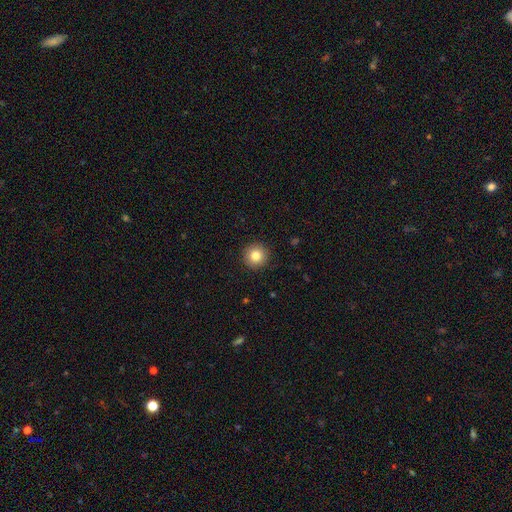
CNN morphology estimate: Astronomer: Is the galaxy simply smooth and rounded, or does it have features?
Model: smooth — 82%.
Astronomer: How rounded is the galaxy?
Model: round — 95%.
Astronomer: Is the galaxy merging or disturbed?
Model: none — 92%.